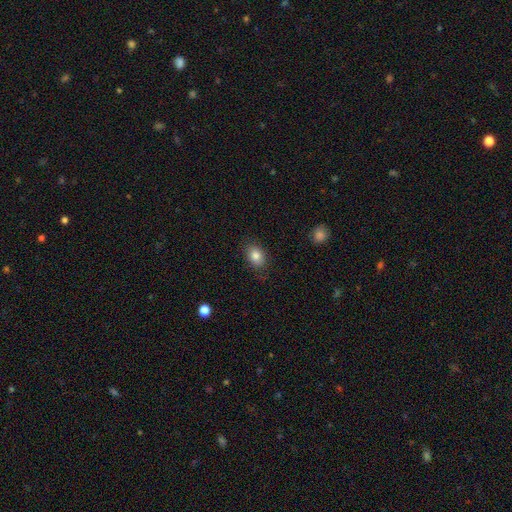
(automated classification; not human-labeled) Smooth or featured? smooth (84%)
How rounded? in between (72%)
Merging? none (83%)